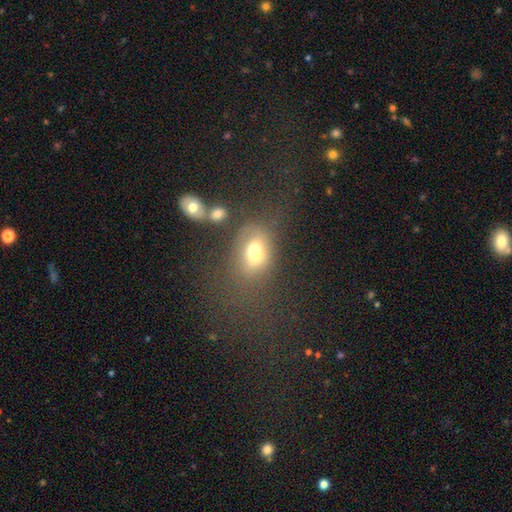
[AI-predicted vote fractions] smooth_or_featured: smooth (p=0.67) [alt: featured or disk p=0.20]
how_rounded: in between (p=0.75) [alt: round p=0.23]
merging: none (p=0.41) [alt: merger p=0.20]